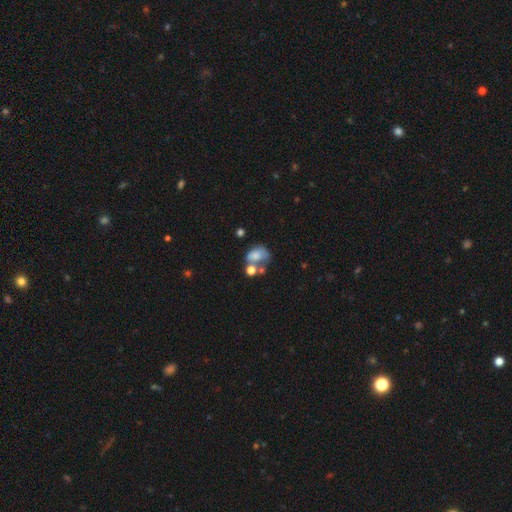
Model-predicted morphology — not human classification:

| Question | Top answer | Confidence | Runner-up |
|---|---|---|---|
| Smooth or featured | smooth | 62% | featured or disk (26%) |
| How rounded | in between | 65% | round (34%) |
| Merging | merger | 35% | none (24%) |